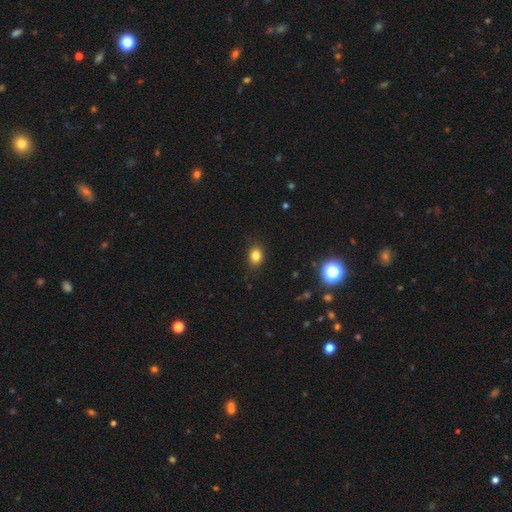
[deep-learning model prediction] This is clearly a smooth galaxy (82%). How rounded: possibly in between (50%). Merging: clearly none (84%).